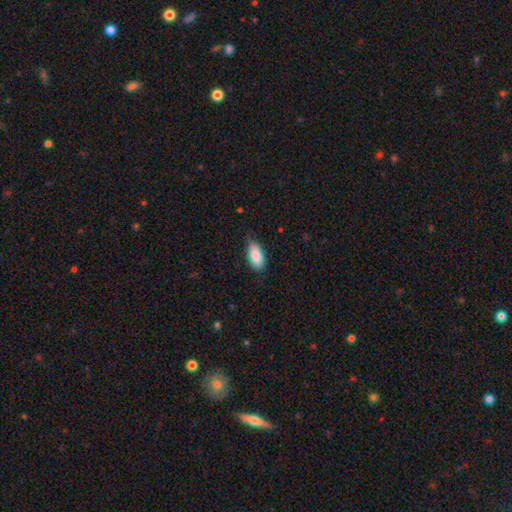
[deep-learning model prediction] A smooth galaxy with no disk features (87%) that is in between round and cigar-shaped (90%). Merging: none (75%).